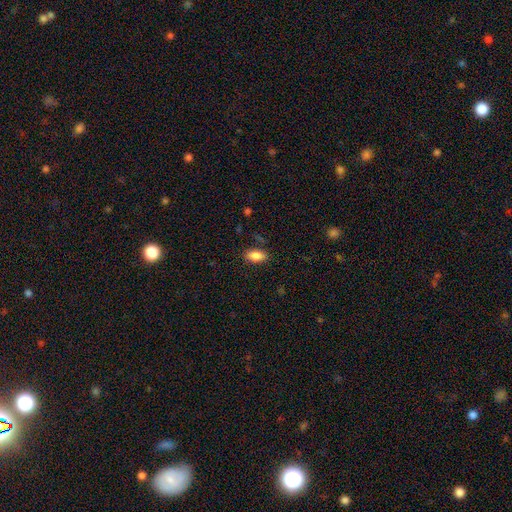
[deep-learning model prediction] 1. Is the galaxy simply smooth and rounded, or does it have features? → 87% smooth, 8% star or artifact, 6% featured or disk.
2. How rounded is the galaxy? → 89% in between, 8% cigar-shaped, 3% round.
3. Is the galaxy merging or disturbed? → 85% none, 11% minor disturbance, 3% major disturbance, 2% merger.